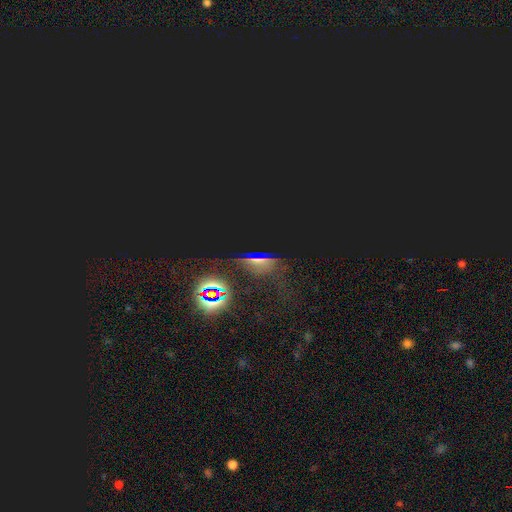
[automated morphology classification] A star or artifact, not a galaxy (70%).

Vote fractions:
- Smooth or featured? star or artifact: 70% / featured or disk: 16% / smooth: 15%